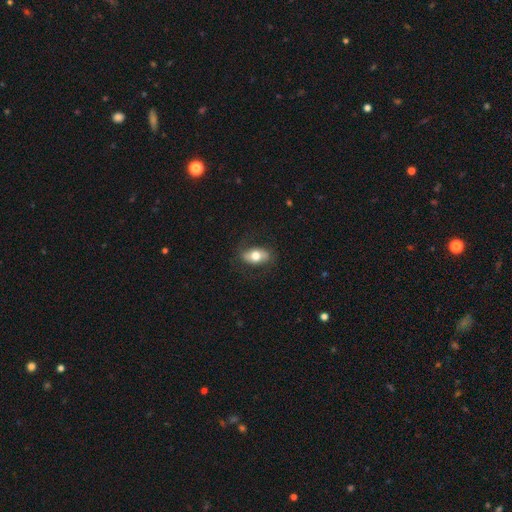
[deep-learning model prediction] Smooth or featured?
  - smooth: 63% *
  - featured or disk: 30%
  - star or artifact: 7%
How rounded?
  - in between: 87% *
  - round: 9%
  - cigar-shaped: 4%
Merging?
  - none: 77% *
  - minor disturbance: 15%
  - major disturbance: 7%
  - merger: 1%